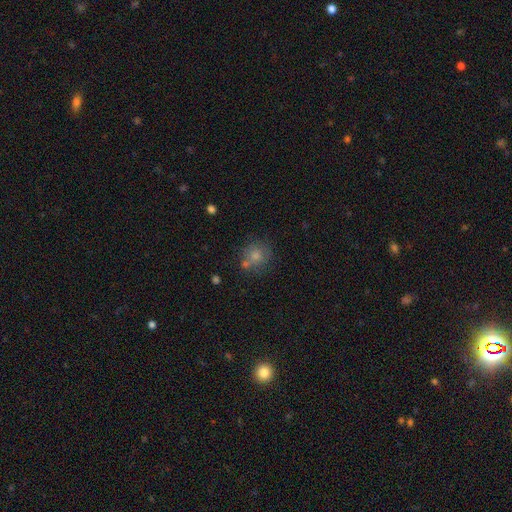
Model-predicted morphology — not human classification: Q: Smooth or featured?
A: smooth (74%); runner-up: featured or disk (14%)
Q: How rounded?
A: round (82%); runner-up: in between (17%)
Q: Merging?
A: none (57%); runner-up: merger (21%)